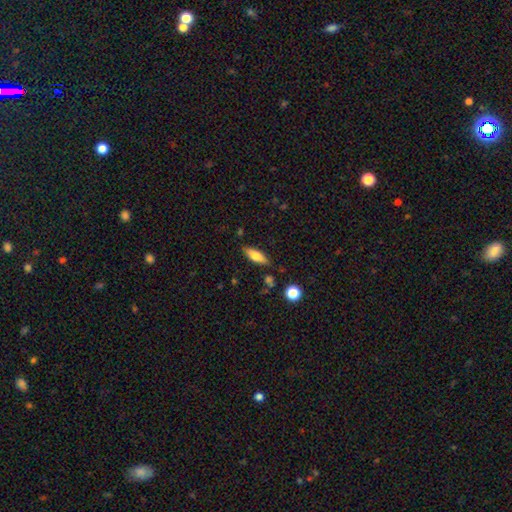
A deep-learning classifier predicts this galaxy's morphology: This appears to be a smooth galaxy with no disk features (66%) that is in between round and cigar-shaped (64%). Merging: none (82%).